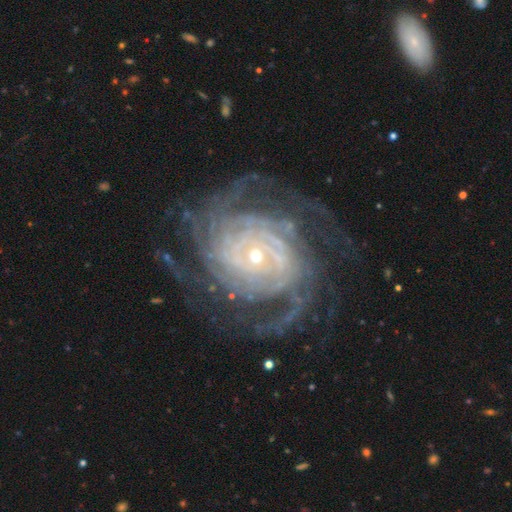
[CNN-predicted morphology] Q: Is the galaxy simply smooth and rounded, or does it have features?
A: featured or disk — 90%.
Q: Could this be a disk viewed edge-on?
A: no — 97%.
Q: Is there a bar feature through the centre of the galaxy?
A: no — 67%.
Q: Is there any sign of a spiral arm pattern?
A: yes — 98%.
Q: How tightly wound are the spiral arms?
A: tight — 73%.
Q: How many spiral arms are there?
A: more than 4 — 24%.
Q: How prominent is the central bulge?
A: small — 71%.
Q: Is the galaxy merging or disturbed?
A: none — 73%.